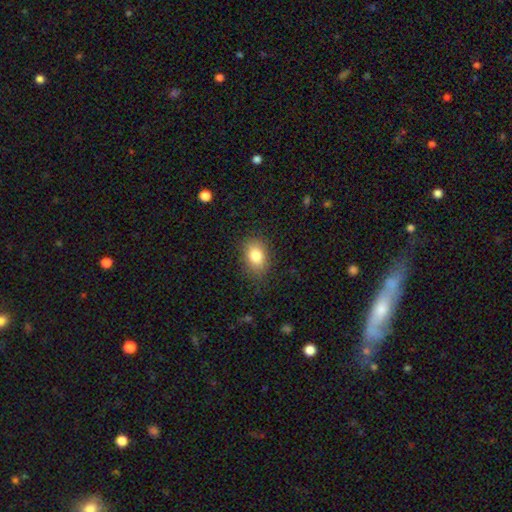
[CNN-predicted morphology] Smooth or featured: smooth — 82% (star or artifact — 9%)
How rounded: in between — 79% (round — 20%)
Merging: none — 82% (minor disturbance — 13%)